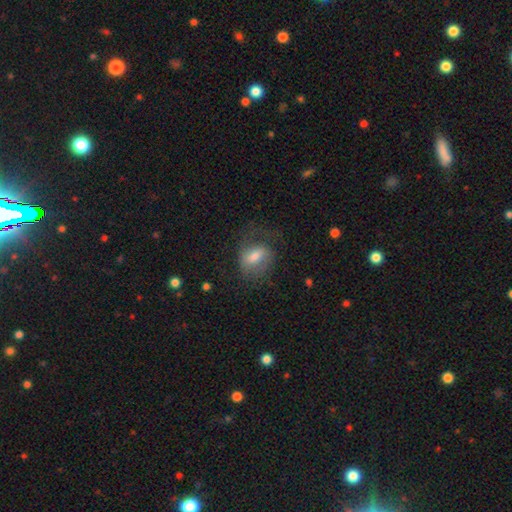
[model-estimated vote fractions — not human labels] Morphology: type=smooth (52%); roundness=in between (75%); merging=none (50%).